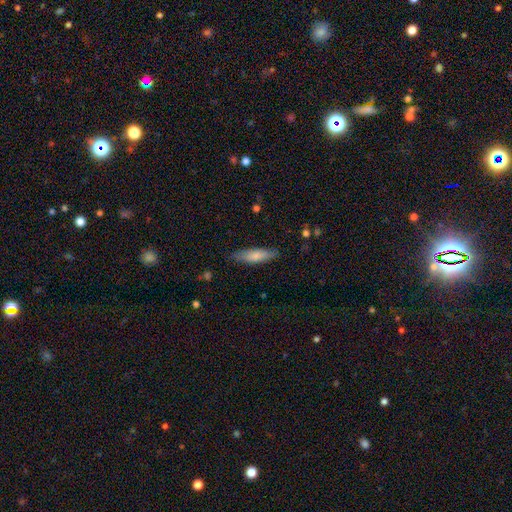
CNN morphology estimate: This is likely a smooth galaxy (78%). How rounded: likely cigar-shaped (61%). Merging: clearly none (82%).